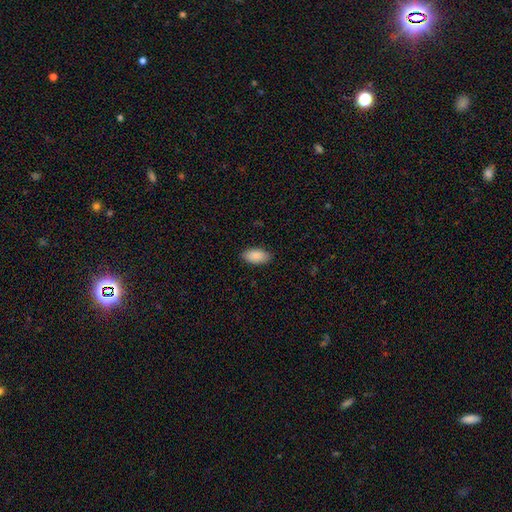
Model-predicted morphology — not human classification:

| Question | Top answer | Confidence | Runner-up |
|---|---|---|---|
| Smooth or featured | smooth | 89% | star or artifact (6%) |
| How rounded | in between | 94% | cigar-shaped (3%) |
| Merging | none | 88% | minor disturbance (9%) |